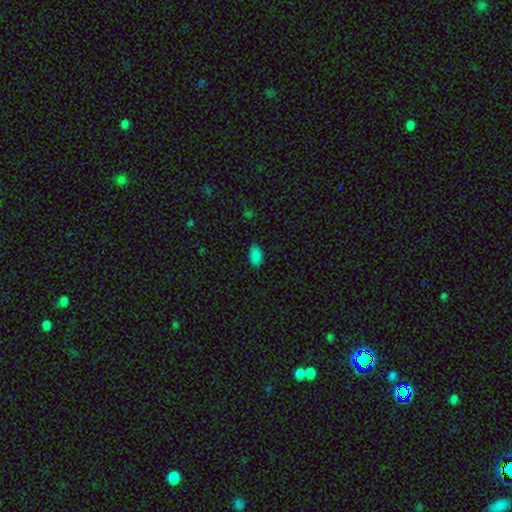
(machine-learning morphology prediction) This is clearly a smooth galaxy (86%). How rounded: clearly in between (94%). Merging: clearly none (84%).